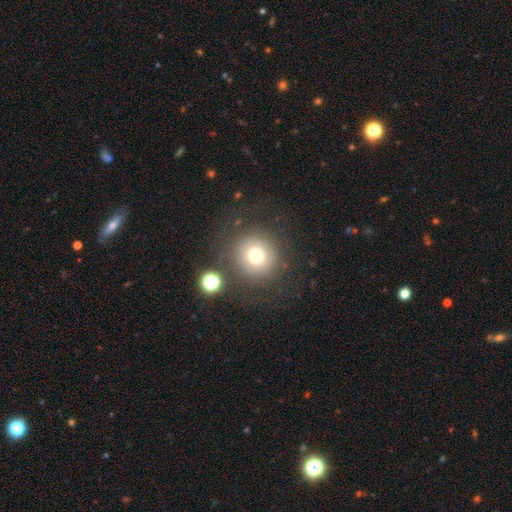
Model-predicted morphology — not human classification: Smooth or featured?
  - smooth: 67% *
  - featured or disk: 19%
  - star or artifact: 14%
How rounded?
  - round: 92% *
  - in between: 7%
  - cigar-shaped: 1%
Merging?
  - none: 77% *
  - minor disturbance: 11%
  - major disturbance: 8%
  - merger: 5%